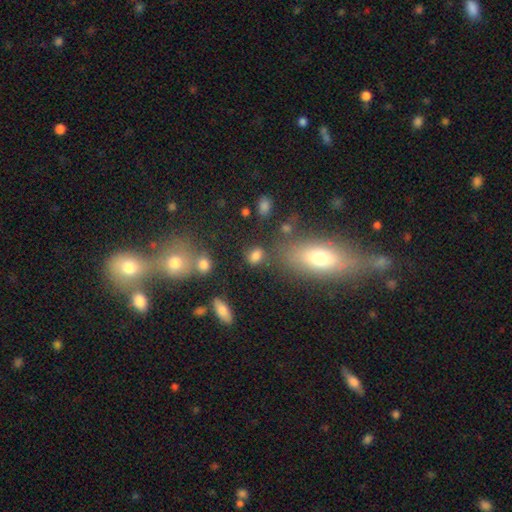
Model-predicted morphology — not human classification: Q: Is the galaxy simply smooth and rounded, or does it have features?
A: smooth — 78%.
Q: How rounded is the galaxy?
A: in between — 66%.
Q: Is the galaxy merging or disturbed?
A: none — 66%.